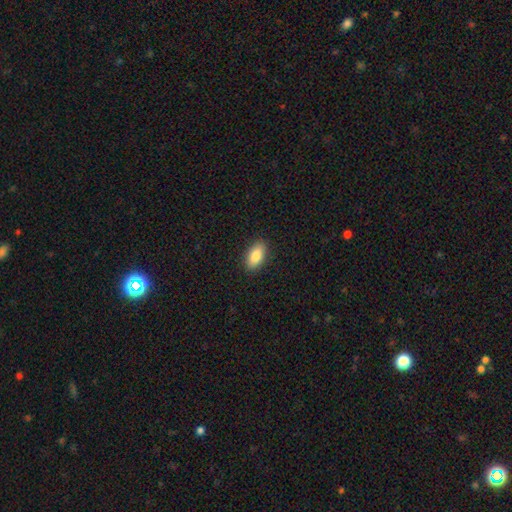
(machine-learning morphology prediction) Smooth or featured?
  - smooth: 86% *
  - featured or disk: 7%
  - star or artifact: 7%
How rounded?
  - in between: 91% *
  - cigar-shaped: 5%
  - round: 3%
Merging?
  - none: 90% *
  - minor disturbance: 7%
  - major disturbance: 2%
  - merger: 1%